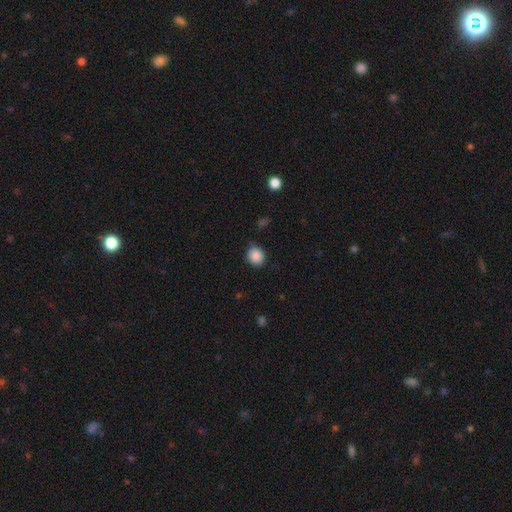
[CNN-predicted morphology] smooth-or-featured: smooth: 87% | star or artifact: 9% | featured or disk: 4%
  how-rounded: round: 79% | in between: 20% | cigar-shaped: 1%
  merging: none: 79% | minor disturbance: 15% | major disturbance: 3% | merger: 2%